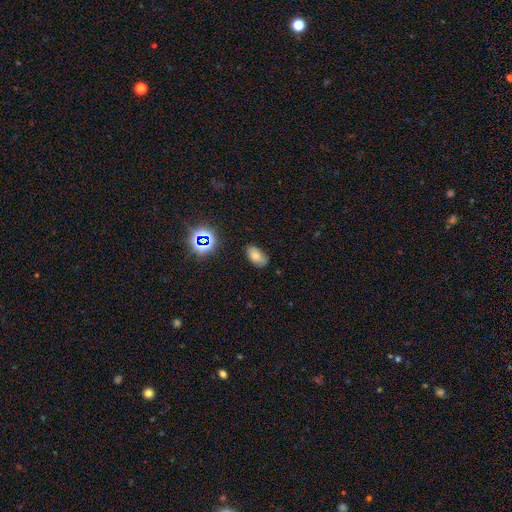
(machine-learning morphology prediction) This appears to be a smooth galaxy with no disk features (72%) that is in between round and cigar-shaped (92%). Merging: none (77%).